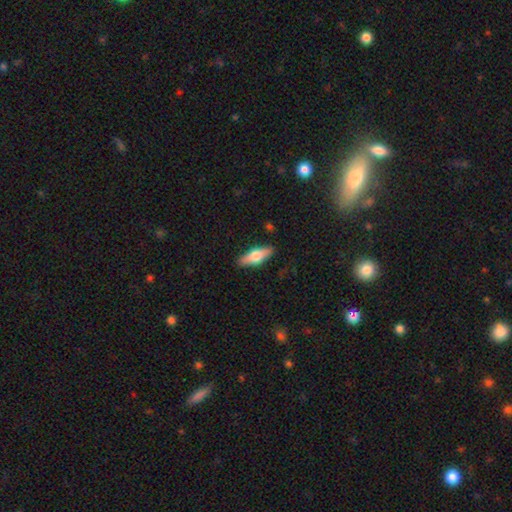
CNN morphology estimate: Smooth or featured? smooth (57%)
How rounded? in between (58%)
Merging? none (88%)